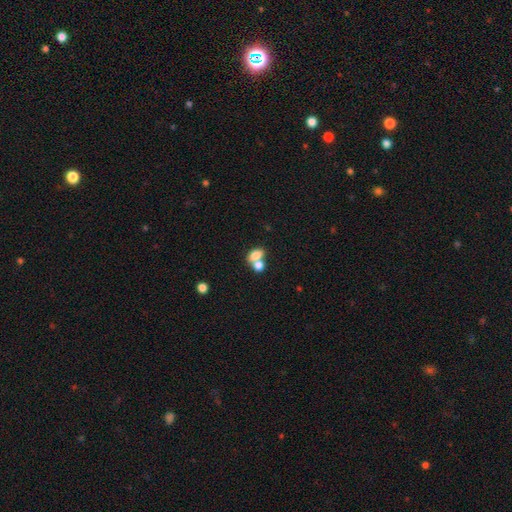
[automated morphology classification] The model was most divided on "merging": merger: 59%, none: 29%, minor disturbance: 8%, major disturbance: 4%. More confident: smooth or featured — smooth (77%); how rounded — in between (76%).